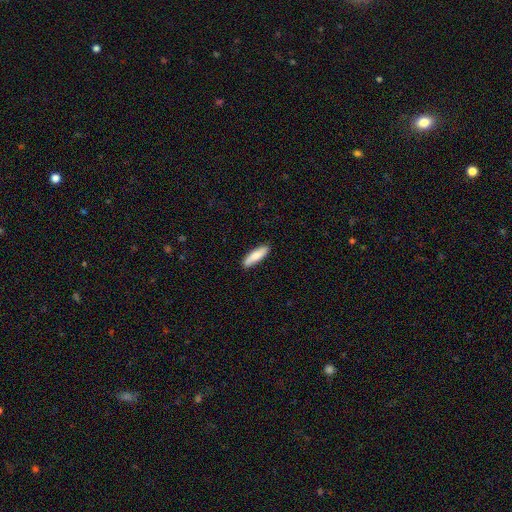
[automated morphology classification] Overall: smooth (80%). How rounded: cigar-shaped (68%; in between 30%). Merging: none (88%).